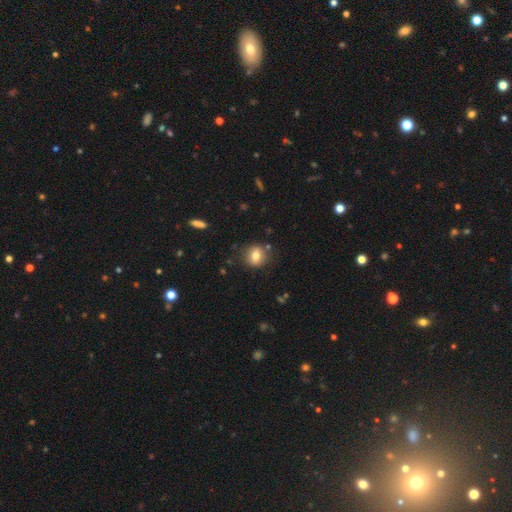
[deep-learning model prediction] smooth_or_featured: smooth (p=0.77) [alt: featured or disk p=0.13]
how_rounded: round (p=0.78) [alt: in between p=0.21]
merging: none (p=0.83) [alt: minor disturbance p=0.11]